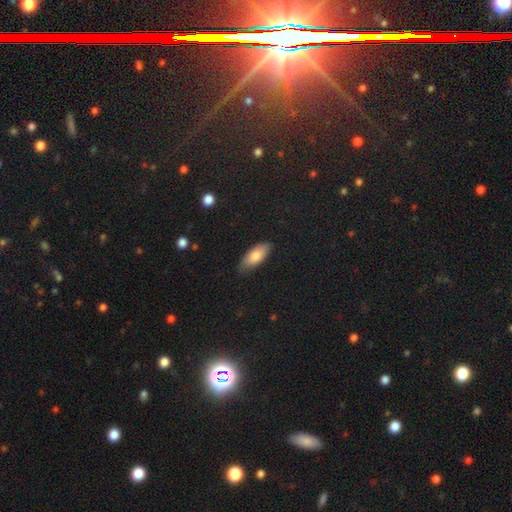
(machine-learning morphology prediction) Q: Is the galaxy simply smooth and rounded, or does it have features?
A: smooth — 80%.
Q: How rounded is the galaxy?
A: in between — 83%.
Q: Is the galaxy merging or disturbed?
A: none — 77%.